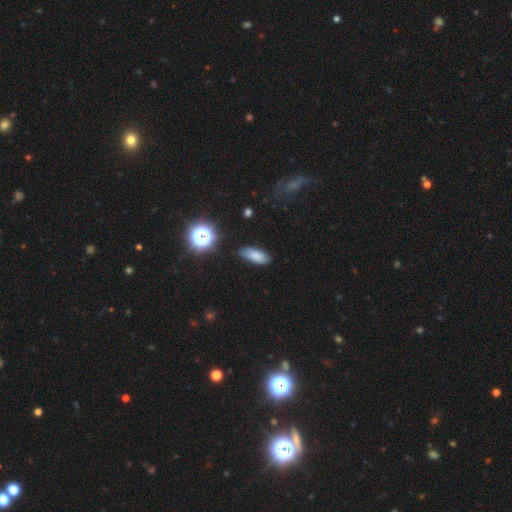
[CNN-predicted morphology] type=smooth (80%); roundness=in between (77%); merging=none (78%).